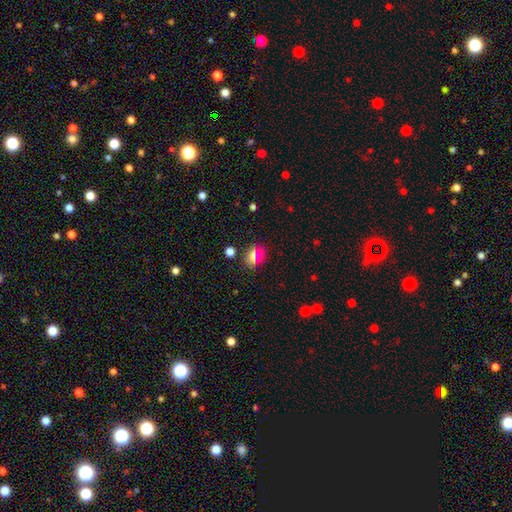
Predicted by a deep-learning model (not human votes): This is likely a smooth galaxy (65%). How rounded: possibly round (58%). Merging: clearly none (86%).